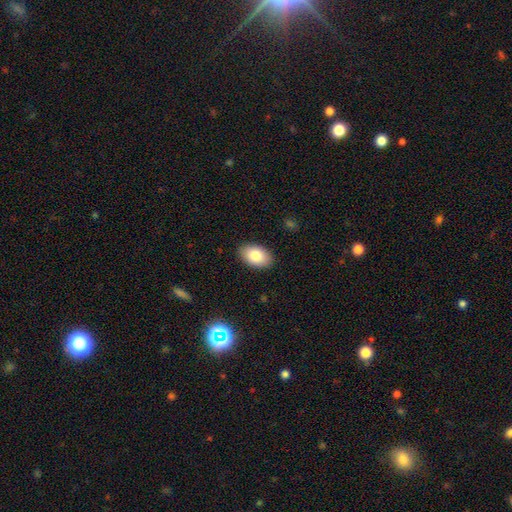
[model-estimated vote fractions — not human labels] smooth 82%, featured or disk 10%, star or artifact 7%. Down the decision tree: how rounded — in between (91%); merging — none (89%).